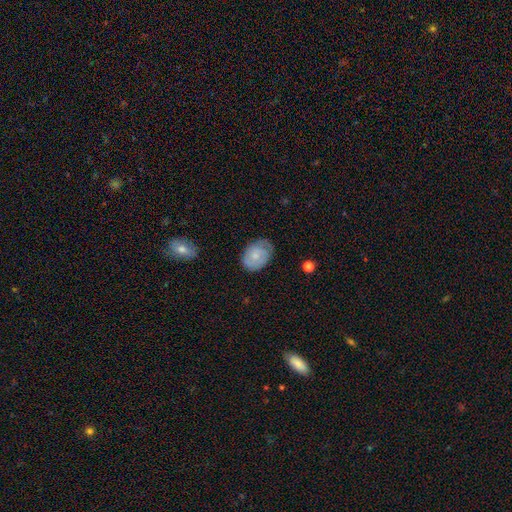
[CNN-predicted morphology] Smooth or featured? featured or disk (49%)
Merging? none (71%)